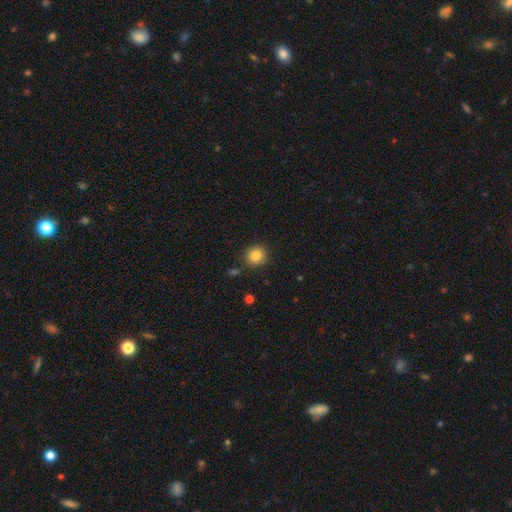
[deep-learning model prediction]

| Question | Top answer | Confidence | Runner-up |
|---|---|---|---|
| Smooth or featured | smooth | 85% | star or artifact (10%) |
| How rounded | round | 90% | in between (9%) |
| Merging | none | 88% | minor disturbance (8%) |